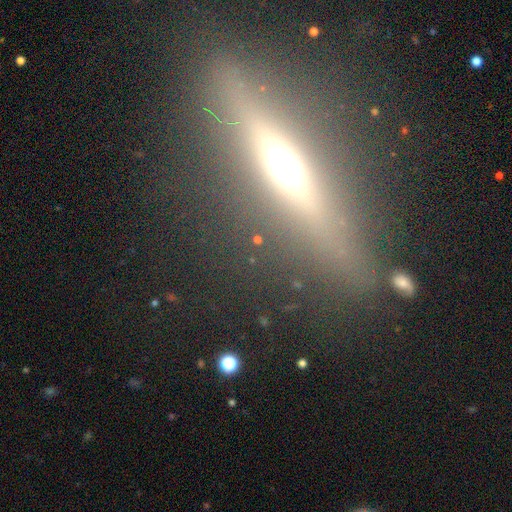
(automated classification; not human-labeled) Smooth or featured? Predicted: featured or disk (p=0.71). Edge-on disk? Predicted: yes (p=0.92). Edge-on bulge? Predicted: rounded (p=0.87). Merging? Predicted: none (p=0.83).